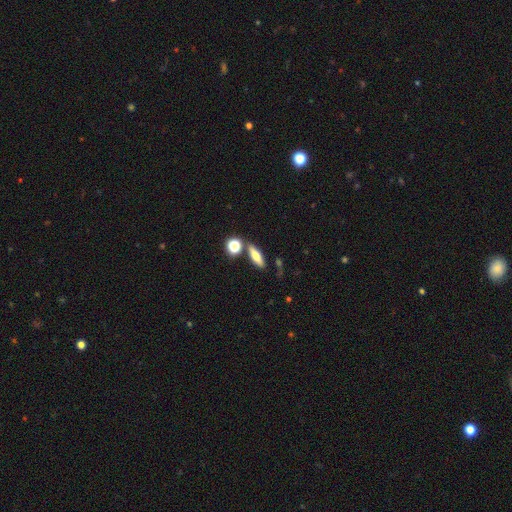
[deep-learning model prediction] Smooth or featured?
  - smooth: 58% *
  - featured or disk: 33%
  - star or artifact: 9%
How rounded?
  - in between: 49% *
  - cigar-shaped: 43%
  - round: 8%
Merging?
  - none: 76% *
  - minor disturbance: 11%
  - merger: 10%
  - major disturbance: 3%